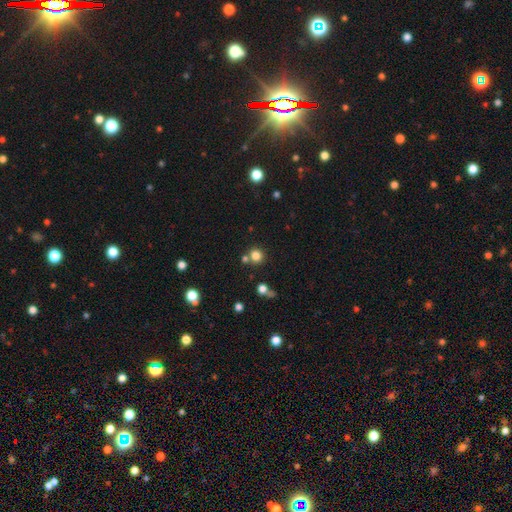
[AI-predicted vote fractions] smooth 79%, star or artifact 15%, featured or disk 6%. Down the decision tree: how rounded — round (92%); merging — none (71%).